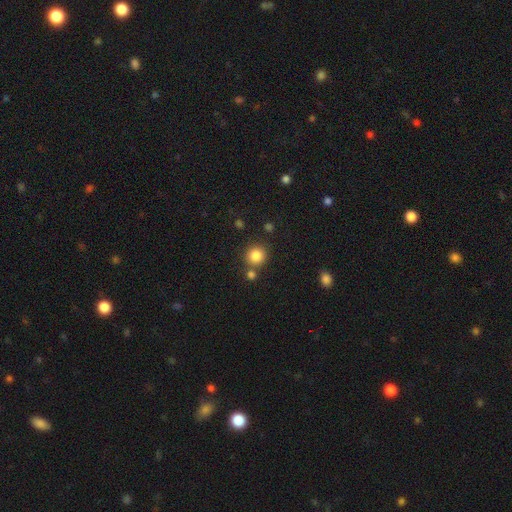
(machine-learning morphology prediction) Smooth or featured?
  - smooth: 84% *
  - star or artifact: 11%
  - featured or disk: 5%
How rounded?
  - round: 90% *
  - in between: 9%
  - cigar-shaped: 1%
Merging?
  - none: 76% *
  - merger: 13%
  - minor disturbance: 9%
  - major disturbance: 3%